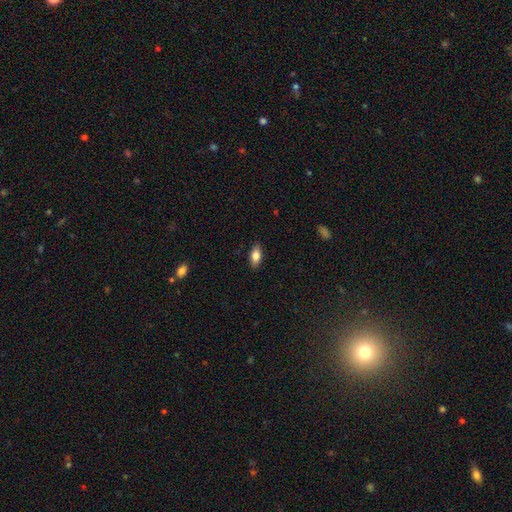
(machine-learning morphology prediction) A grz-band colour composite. It shows a smooth galaxy with no disk features (81%) that is in between round and cigar-shaped (87%). Merging: none (87%).